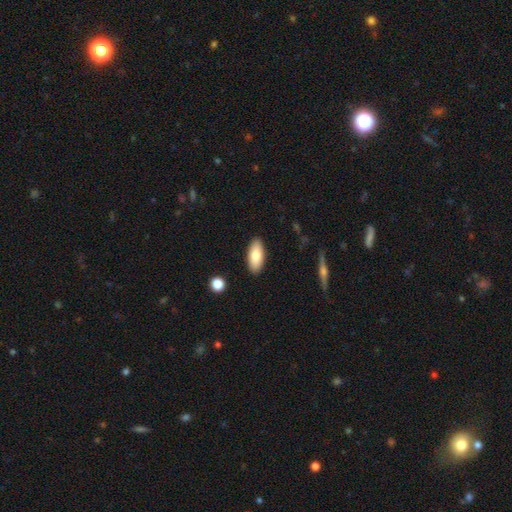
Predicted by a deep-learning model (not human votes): A smooth galaxy with no disk features (81%) that is in between round and cigar-shaped (86%). Merging: none (89%).